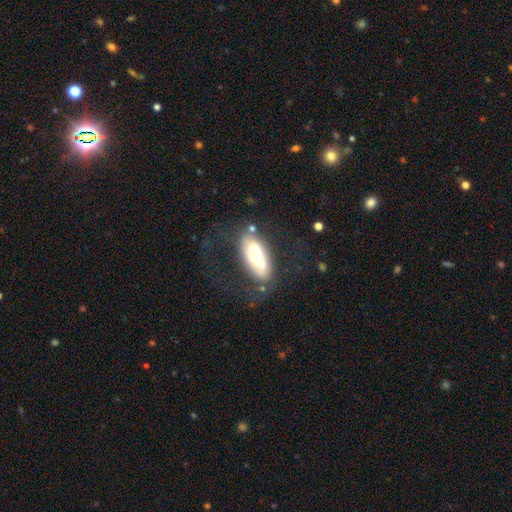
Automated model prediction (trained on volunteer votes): A smooth galaxy with no disk features (60%) that is in between round and cigar-shaped (75%). Merging: none (52%).